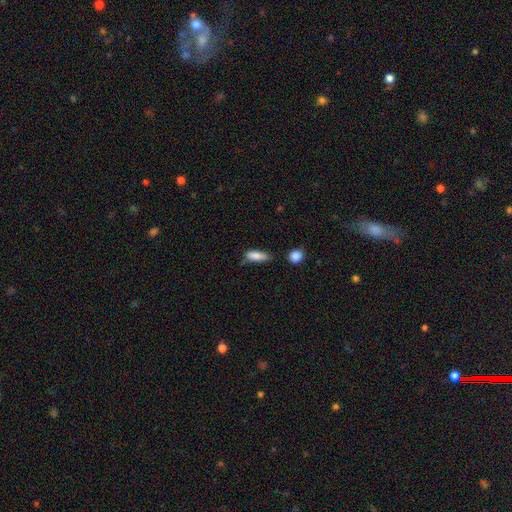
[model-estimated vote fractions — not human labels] This is clearly a smooth galaxy (84%). How rounded: likely in between (64%). Merging: possibly none (59%).